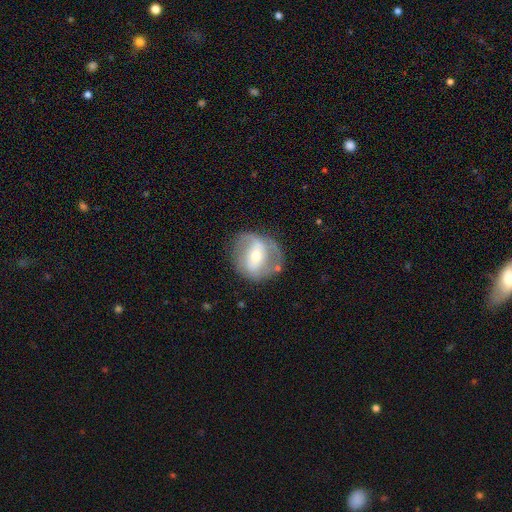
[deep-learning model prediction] Q: Smooth or featured?
A: featured or disk (68%); runner-up: smooth (25%)
Q: Edge-on disk?
A: no (94%); runner-up: yes (6%)
Q: Bar?
A: strong (44%); runner-up: weak (32%)
Q: Spiral arms?
A: yes (60%); runner-up: no (40%)
Q: Bulge size?
A: moderate (55%); runner-up: small (37%)
Q: Merging?
A: none (71%); runner-up: minor disturbance (17%)